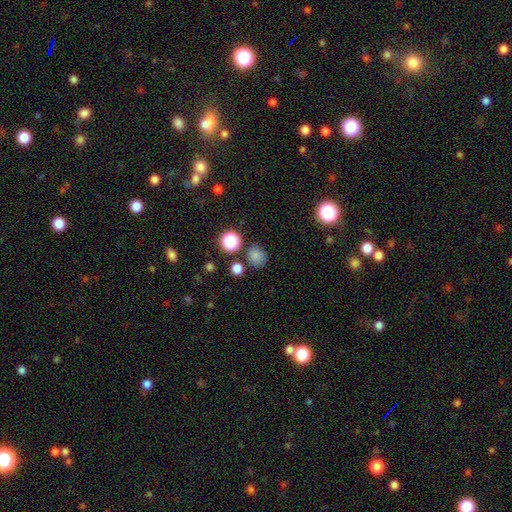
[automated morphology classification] A smooth galaxy with no disk features (77%) that is round (81%).

Vote fractions:
- Smooth or featured? smooth: 77% / star or artifact: 18% / featured or disk: 6%
- How rounded? round: 81% / in between: 18% / cigar-shaped: 1%
- Merging? none: 76% / minor disturbance: 12% / merger: 8% / major disturbance: 4%